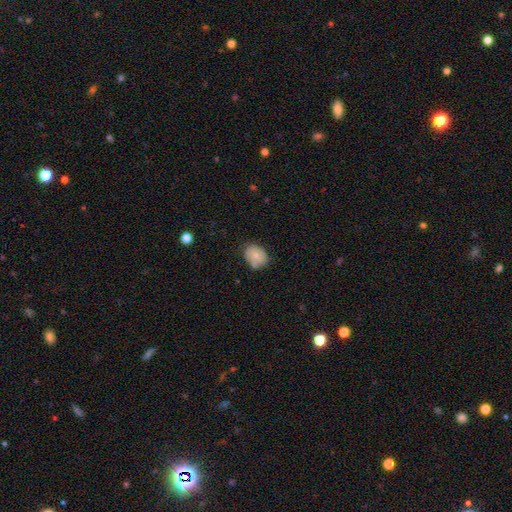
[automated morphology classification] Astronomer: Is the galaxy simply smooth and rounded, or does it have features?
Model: smooth — 77%.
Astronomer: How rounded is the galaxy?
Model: in between — 60% (runner-up: round, 39%).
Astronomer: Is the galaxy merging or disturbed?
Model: none — 62%.